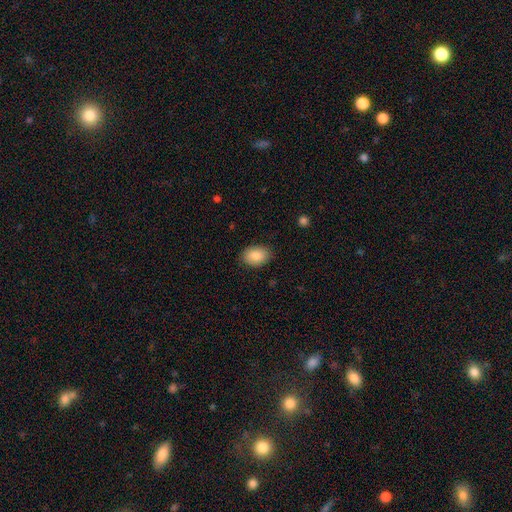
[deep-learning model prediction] Smooth or featured?
  - smooth: 86% *
  - featured or disk: 7%
  - star or artifact: 7%
How rounded?
  - in between: 80% *
  - round: 19%
  - cigar-shaped: 1%
Merging?
  - none: 86% *
  - minor disturbance: 11%
  - major disturbance: 2%
  - merger: 1%